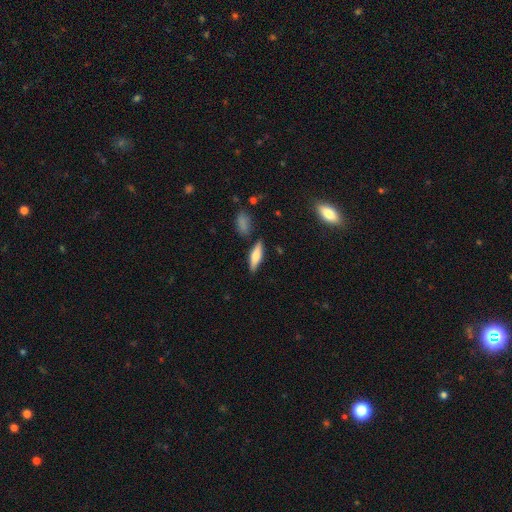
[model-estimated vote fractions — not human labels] This is possibly a smooth galaxy (60%). How rounded: possibly cigar-shaped (56%). Merging: clearly none (81%).